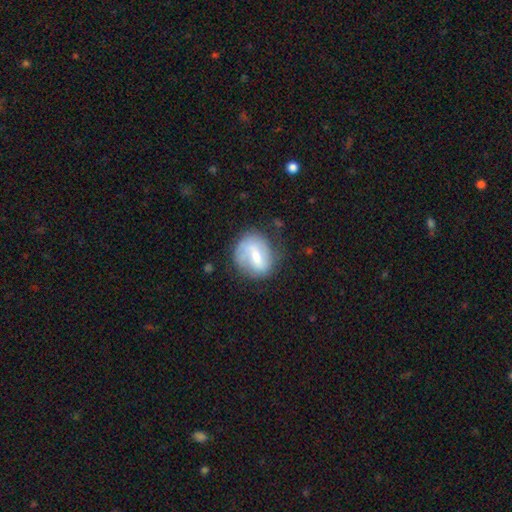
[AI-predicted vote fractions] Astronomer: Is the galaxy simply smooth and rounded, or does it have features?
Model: featured or disk — 51% (runner-up: smooth, 42%).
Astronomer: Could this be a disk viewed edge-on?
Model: no — 96%.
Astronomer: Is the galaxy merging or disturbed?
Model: none — 64%.